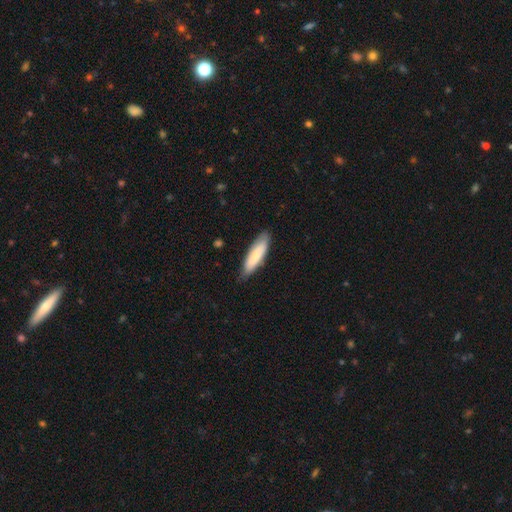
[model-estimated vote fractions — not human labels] Overall: smooth (76%). How rounded: cigar-shaped (64%; in between 35%). Merging: none (82%).